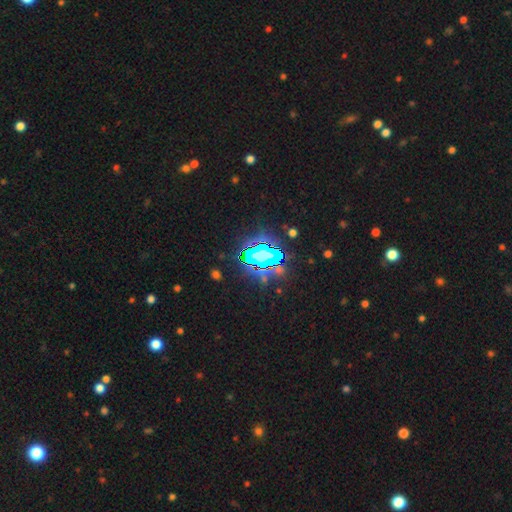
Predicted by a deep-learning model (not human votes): smooth_or_featured: star or artifact (p=0.63) [alt: smooth p=0.21]